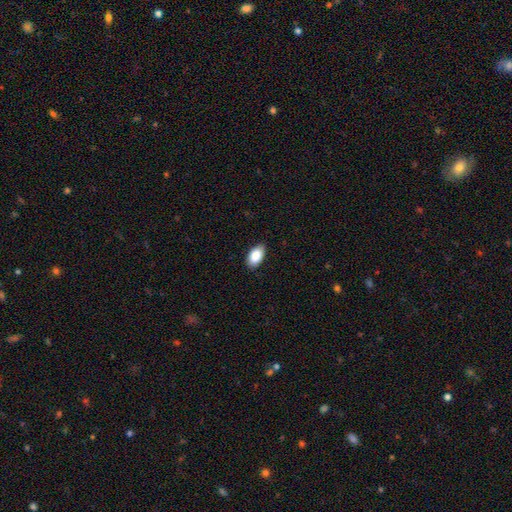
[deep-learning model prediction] smooth 88%, star or artifact 7%, featured or disk 5%. Down the decision tree: how rounded — in between (94%); merging — none (85%).